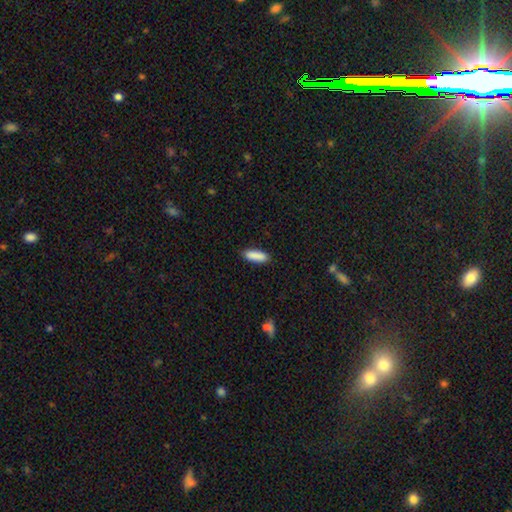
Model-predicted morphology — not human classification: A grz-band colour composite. It shows a smooth galaxy with no disk features (89%) that is in between round and cigar-shaped (50%). Merging: none (89%).